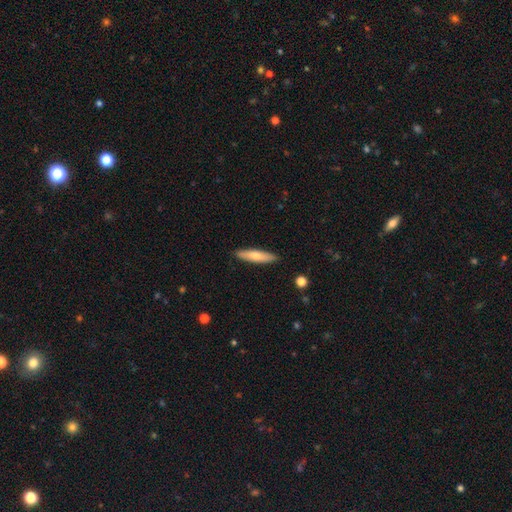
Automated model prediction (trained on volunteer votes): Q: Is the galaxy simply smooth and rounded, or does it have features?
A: smooth — 70%.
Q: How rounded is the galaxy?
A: cigar-shaped — 80%.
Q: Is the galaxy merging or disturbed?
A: none — 89%.